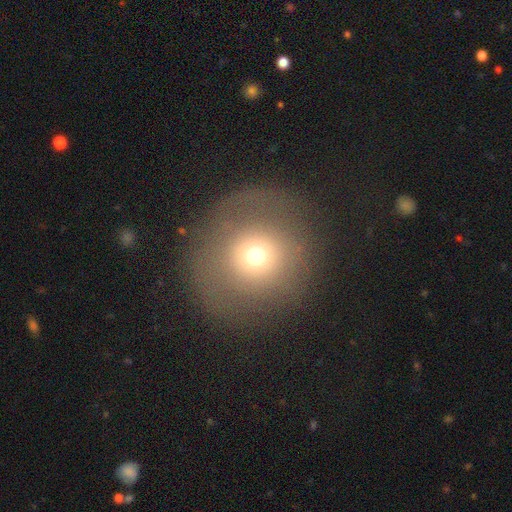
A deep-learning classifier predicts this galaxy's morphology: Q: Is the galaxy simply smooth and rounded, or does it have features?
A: smooth — 63%.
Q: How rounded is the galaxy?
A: round — 91%.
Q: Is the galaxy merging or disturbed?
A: none — 69%.